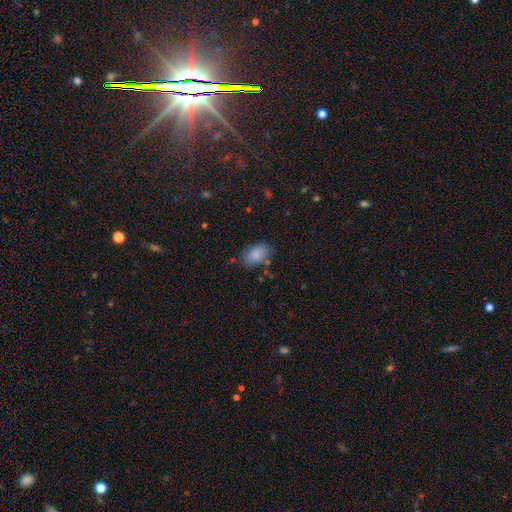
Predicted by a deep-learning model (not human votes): This is clearly a smooth galaxy (85%). How rounded: clearly in between (89%). Merging: likely none (72%).